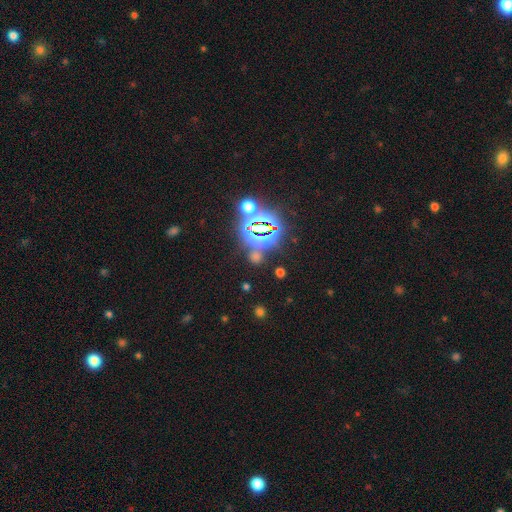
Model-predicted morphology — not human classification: The model was most divided on "smooth or featured": star or artifact: 62%, smooth: 31%, featured or disk: 8%.